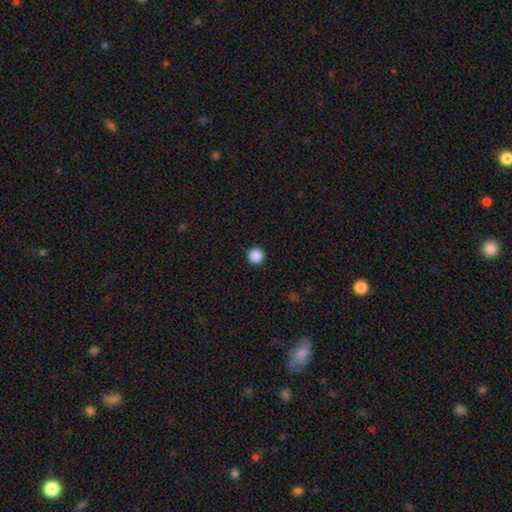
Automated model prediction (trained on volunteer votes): Smooth or featured?
  - smooth: 88% *
  - star or artifact: 10%
  - featured or disk: 2%
How rounded?
  - round: 96% *
  - in between: 3%
  - cigar-shaped: 1%
Merging?
  - none: 93% *
  - minor disturbance: 4%
  - major disturbance: 2%
  - merger: 1%